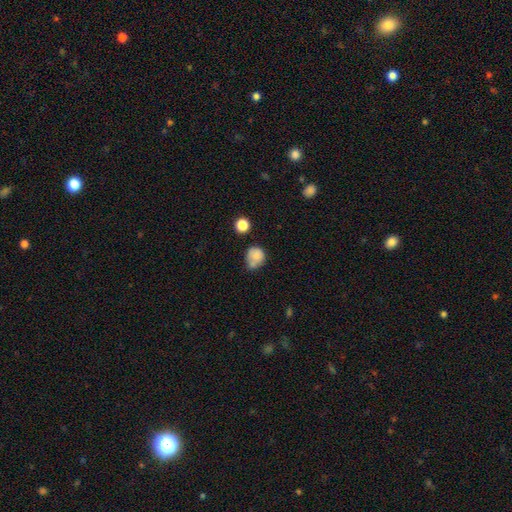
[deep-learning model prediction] Morphology: type=smooth (77%); roundness=round (76%); merging=none (42%).